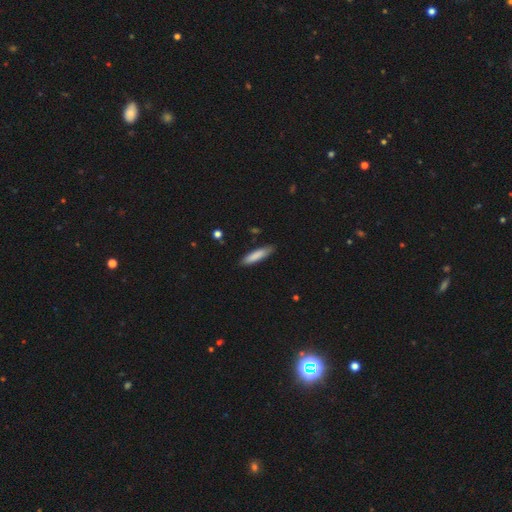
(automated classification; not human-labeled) Smooth or featured: smooth — 84% (featured or disk — 10%)
How rounded: cigar-shaped — 77% (in between — 21%)
Merging: none — 85% (minor disturbance — 12%)